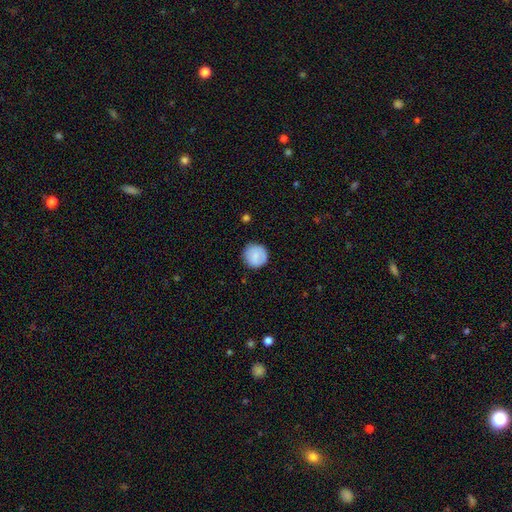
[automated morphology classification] Smooth or featured? smooth (82%)
How rounded? round (95%)
Merging? none (86%)